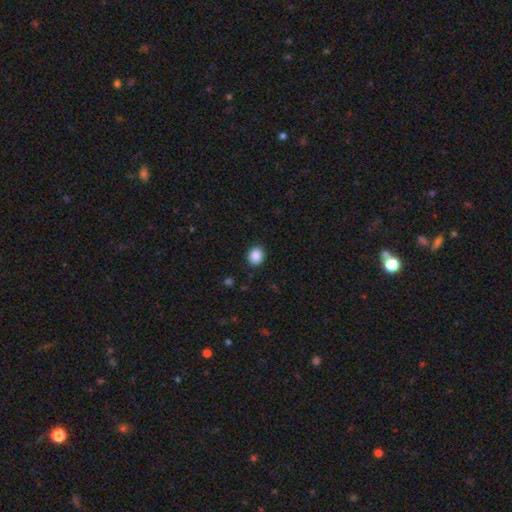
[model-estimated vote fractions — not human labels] Smooth or featured: smooth — 88% (star or artifact — 9%)
How rounded: round — 61% (in between — 38%)
Merging: none — 88% (minor disturbance — 9%)